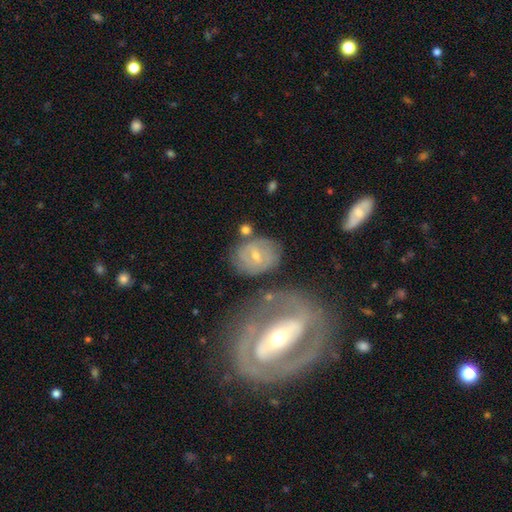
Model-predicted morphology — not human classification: Smooth or featured: featured or disk — 62% (smooth — 31%)
Edge-on disk: no — 95% (yes — 5%)
Bar: weak — 50% (no — 29%)
Spiral arms: yes — 68% (no — 32%)
Bulge size: small — 52% (moderate — 44%)
Merging: none — 61% (minor disturbance — 18%)